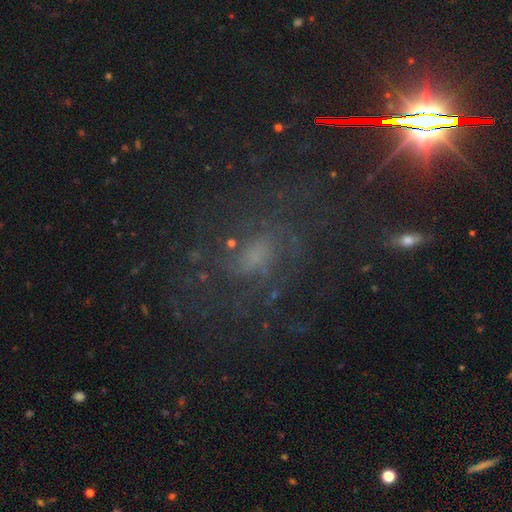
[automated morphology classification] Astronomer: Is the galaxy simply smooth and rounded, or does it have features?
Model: featured or disk — 53%.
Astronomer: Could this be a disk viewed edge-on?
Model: no — 95%.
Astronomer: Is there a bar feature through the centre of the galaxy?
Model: no — 58%.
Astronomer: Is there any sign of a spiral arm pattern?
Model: yes — 80%.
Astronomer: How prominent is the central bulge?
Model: small — 42% (runner-up: moderate, 27%).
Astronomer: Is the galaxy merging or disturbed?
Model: none — 64%.